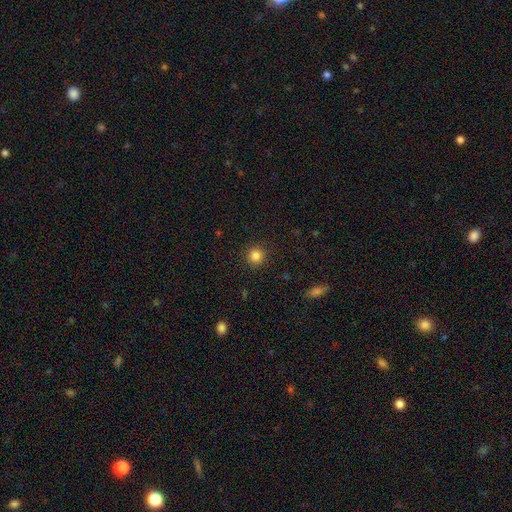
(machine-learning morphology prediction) This appears to be a smooth galaxy with no disk features (84%) that is round (94%). Merging: none (91%).